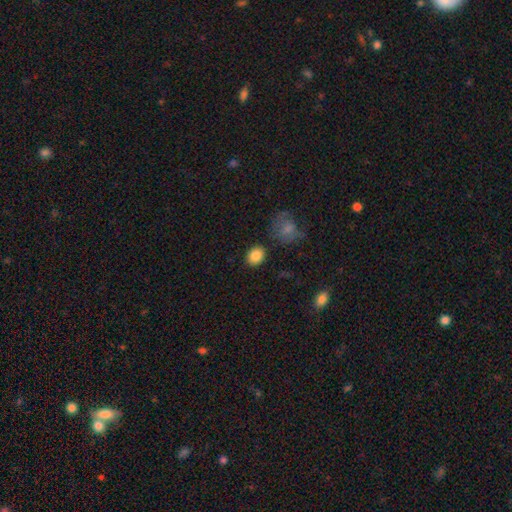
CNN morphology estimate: The model was most divided on "how rounded": round: 55%, in between: 44%, cigar-shaped: 1%. More confident: smooth or featured — smooth (86%); merging — none (84%).